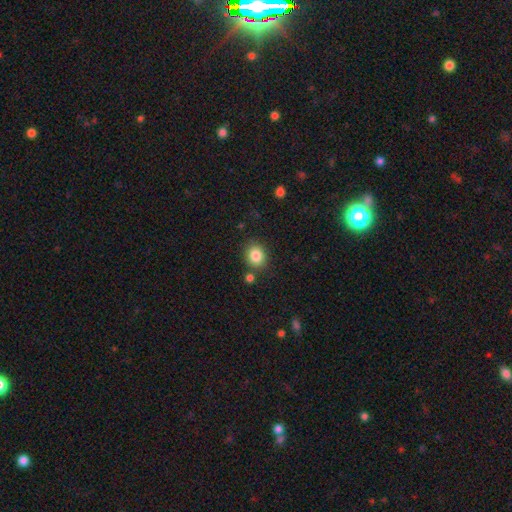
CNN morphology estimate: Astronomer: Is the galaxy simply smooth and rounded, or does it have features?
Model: smooth — 85%.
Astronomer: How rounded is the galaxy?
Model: round — 63%.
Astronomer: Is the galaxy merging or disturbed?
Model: none — 81%.